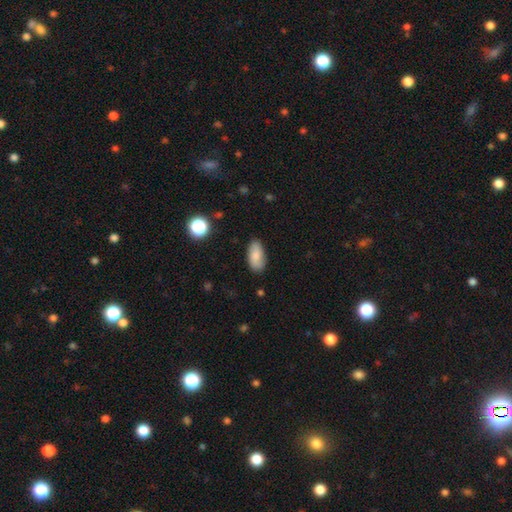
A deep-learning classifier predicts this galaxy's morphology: A smooth galaxy with no disk features (78%) that is in between round and cigar-shaped (90%). Merging: none (79%).